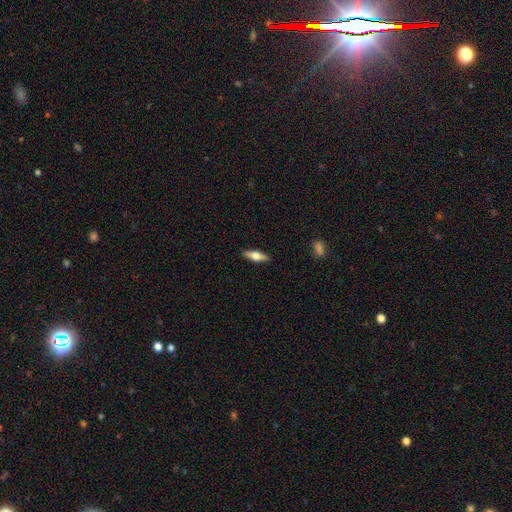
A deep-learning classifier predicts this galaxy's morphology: This appears to be a smooth galaxy with no disk features (53%) that is in between round and cigar-shaped (52%). Merging: none (89%).